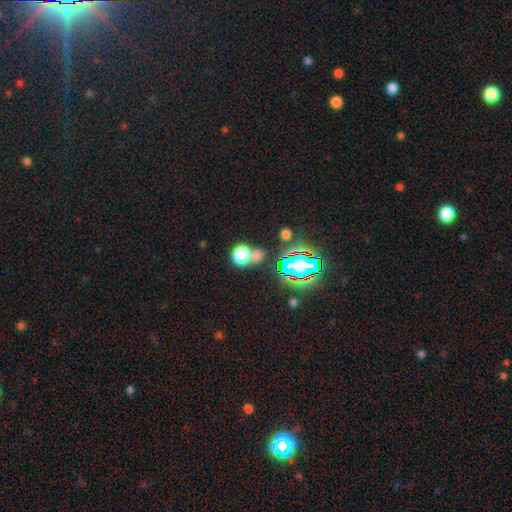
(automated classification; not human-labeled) A smooth galaxy with no disk features (67%) that is round (71%).

Vote fractions:
- Smooth or featured? smooth: 67% / star or artifact: 24% / featured or disk: 9%
- How rounded? round: 71% / in between: 27% / cigar-shaped: 2%
- Merging? none: 51% / merger: 34% / minor disturbance: 10% / major disturbance: 6%